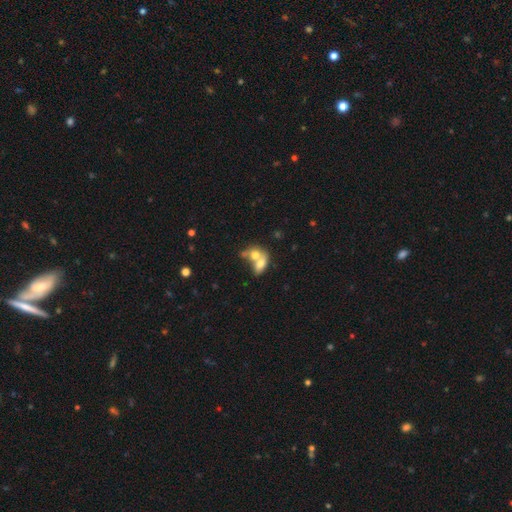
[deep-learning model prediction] The model was most divided on "how rounded": in between: 66%, round: 31%, cigar-shaped: 3%. More confident: merging — merger (75%); smooth or featured — smooth (67%).